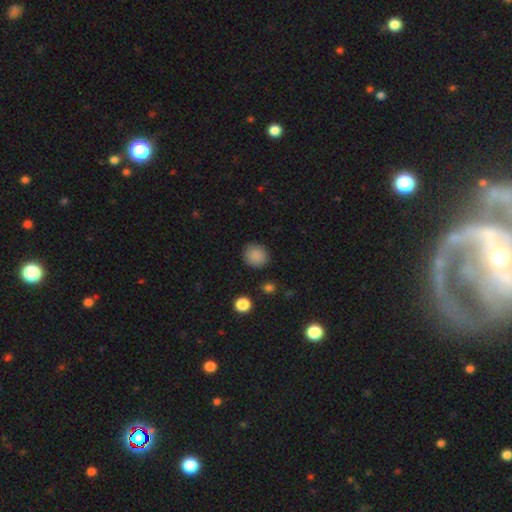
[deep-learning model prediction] Smooth or featured? Predicted: smooth (p=0.87). How rounded? Predicted: round (p=0.87). Merging? Predicted: none (p=0.88).